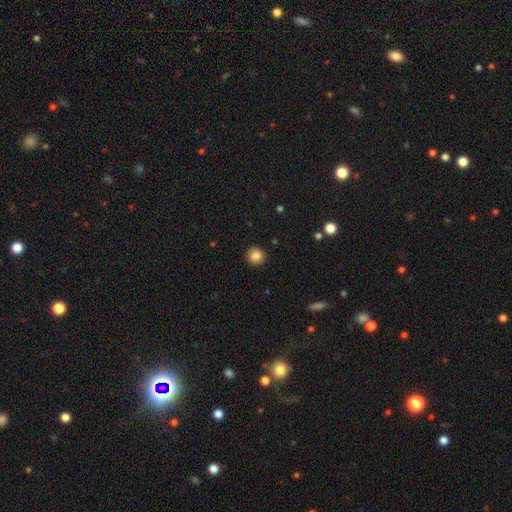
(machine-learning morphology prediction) This appears to be a smooth galaxy with no disk features (85%) that is round (92%). Merging: none (92%).